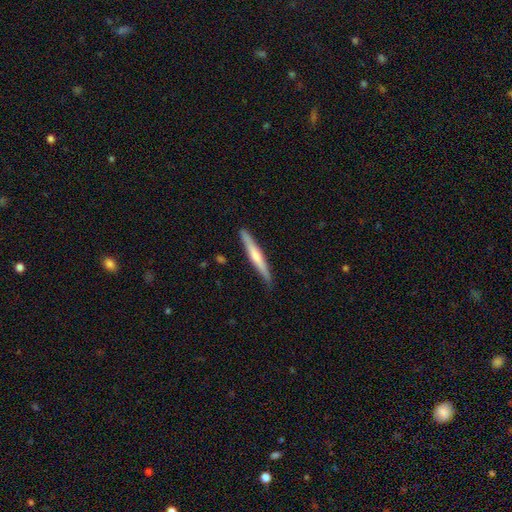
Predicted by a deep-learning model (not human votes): Smooth or featured?
  - smooth: 50% *
  - featured or disk: 45%
  - star or artifact: 5%
Merging?
  - none: 88% *
  - minor disturbance: 9%
  - major disturbance: 2%
  - merger: 1%